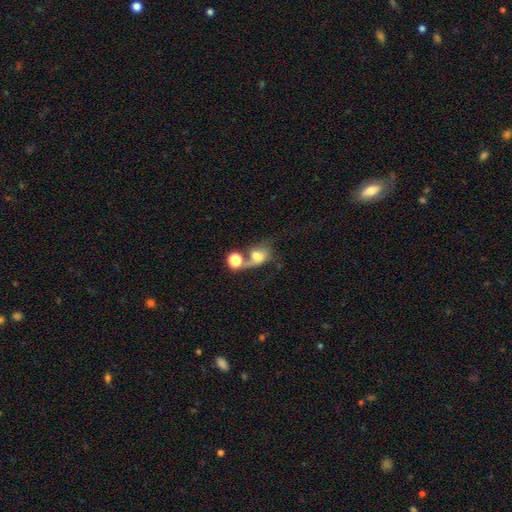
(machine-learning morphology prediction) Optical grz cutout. It shows a smooth galaxy with no disk features (54%) that is in between round and cigar-shaped (61%). Merging: merger (47%).